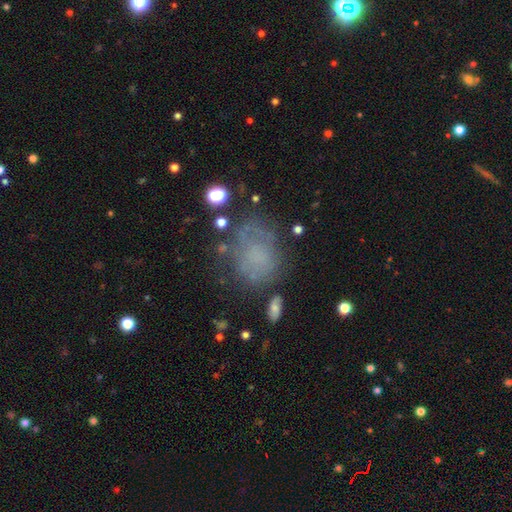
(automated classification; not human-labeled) A smooth galaxy with no disk features (46%). Merging: none (48%).